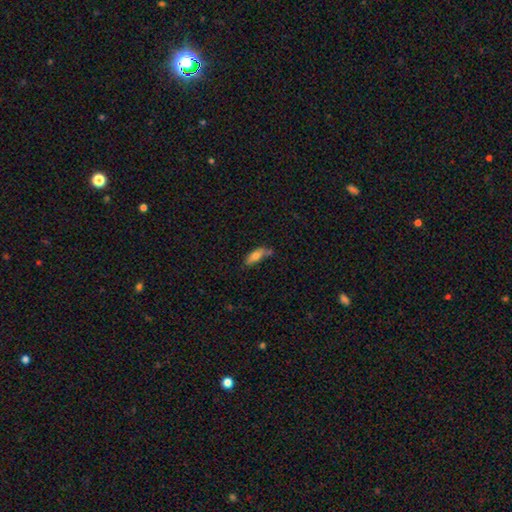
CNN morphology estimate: Smooth or featured? smooth (74%)
How rounded? in between (65%)
Merging? none (50%)